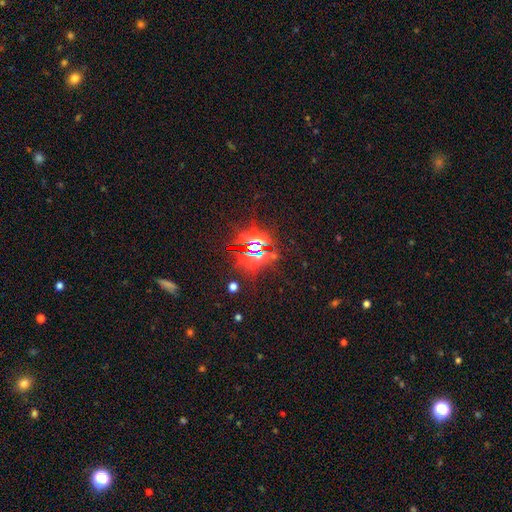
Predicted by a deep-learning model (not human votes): A star or artifact, not a galaxy (78%).